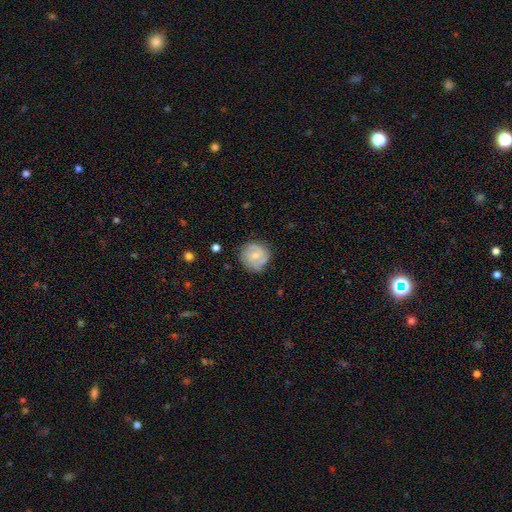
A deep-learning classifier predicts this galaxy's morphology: This is possibly a smooth galaxy (50%). Merging: likely none (75%).